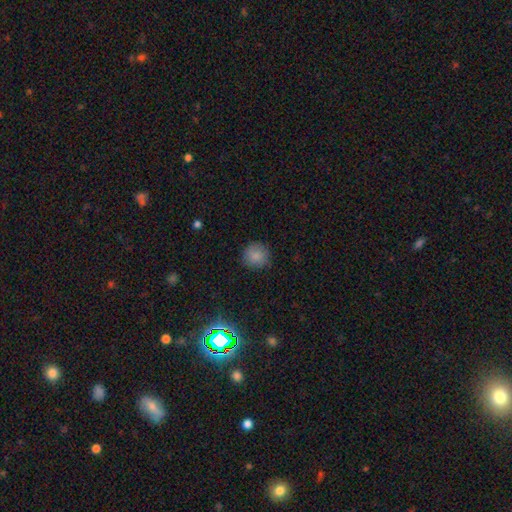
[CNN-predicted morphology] smooth 85%, star or artifact 11%, featured or disk 5%. Down the decision tree: how rounded — round (91%); merging — none (86%).